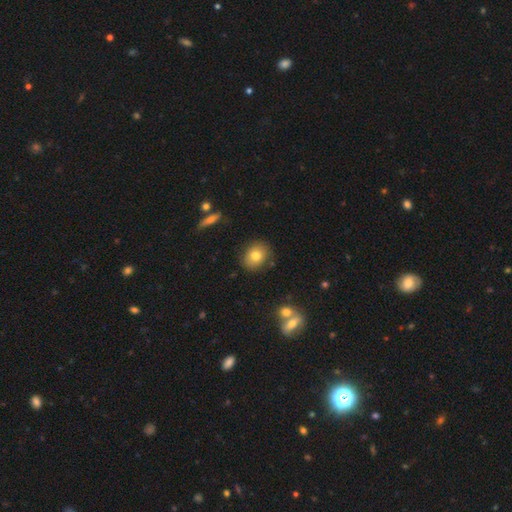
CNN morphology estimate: smooth 78%, featured or disk 12%, star or artifact 10%. Down the decision tree: how rounded — round (56%); merging — none (85%).